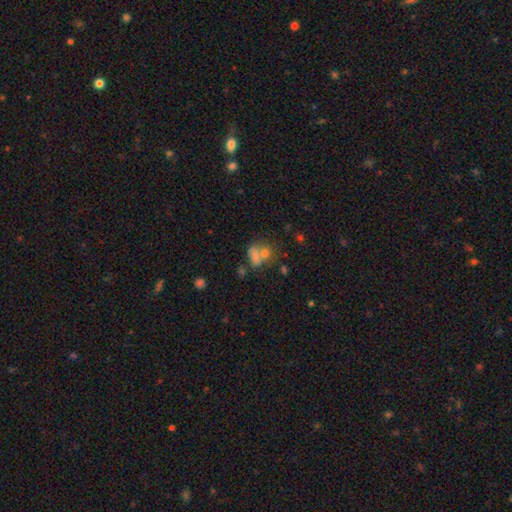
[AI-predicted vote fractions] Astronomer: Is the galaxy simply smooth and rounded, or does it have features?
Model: smooth — 59%.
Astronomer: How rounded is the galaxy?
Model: in between — 50% (runner-up: round, 46%).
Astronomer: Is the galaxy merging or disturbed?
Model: merger — 45% (runner-up: none, 36%).